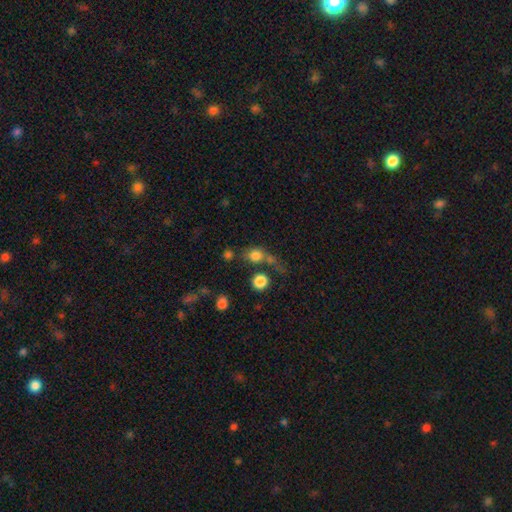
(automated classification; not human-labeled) Morphology: type=smooth (77%); roundness=round (76%); merging=none (51%).